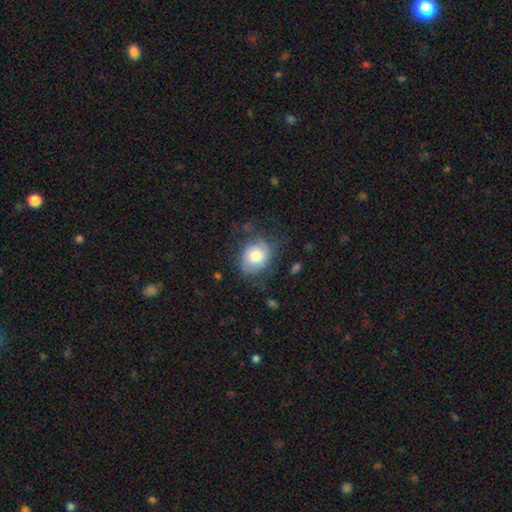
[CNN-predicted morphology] Smooth or featured? Predicted: smooth (p=0.66). How rounded? Predicted: round (p=0.53). Merging? Predicted: none (p=0.55).